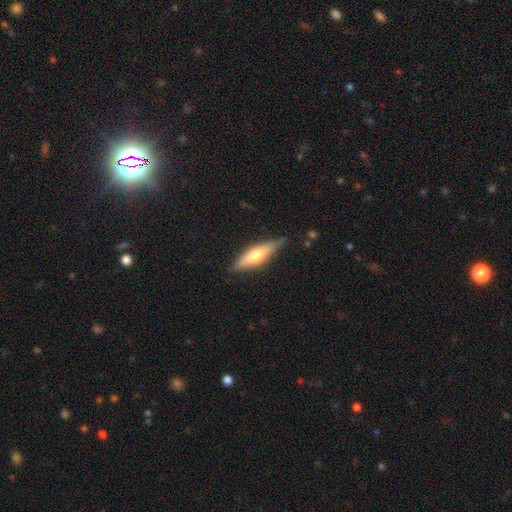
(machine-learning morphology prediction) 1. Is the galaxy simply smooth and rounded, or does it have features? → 48% smooth, 47% featured or disk, 6% star or artifact.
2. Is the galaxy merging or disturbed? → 81% none, 15% minor disturbance, 3% major disturbance, 1% merger.